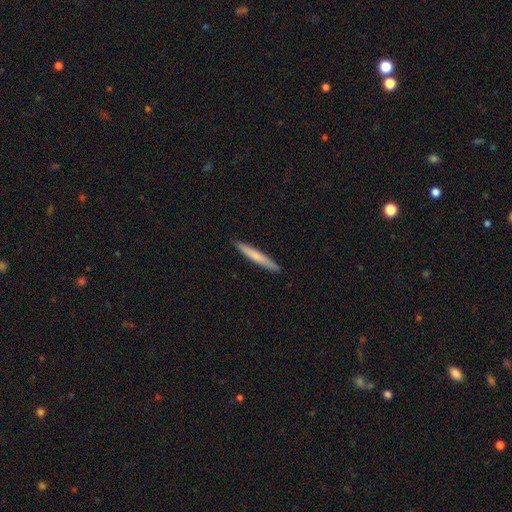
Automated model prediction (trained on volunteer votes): Q: Smooth or featured?
A: smooth (68%); runner-up: featured or disk (26%)
Q: How rounded?
A: cigar-shaped (96%); runner-up: in between (3%)
Q: Merging?
A: none (92%); runner-up: minor disturbance (6%)